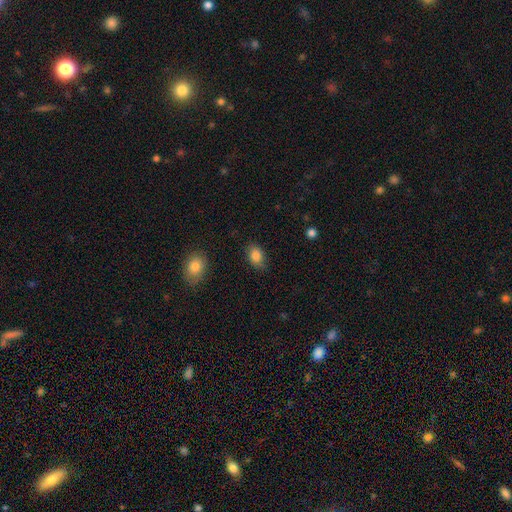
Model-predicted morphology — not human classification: The model was most divided on "how rounded": in between: 78%, round: 21%, cigar-shaped: 1%. More confident: smooth or featured — smooth (86%); merging — none (81%).